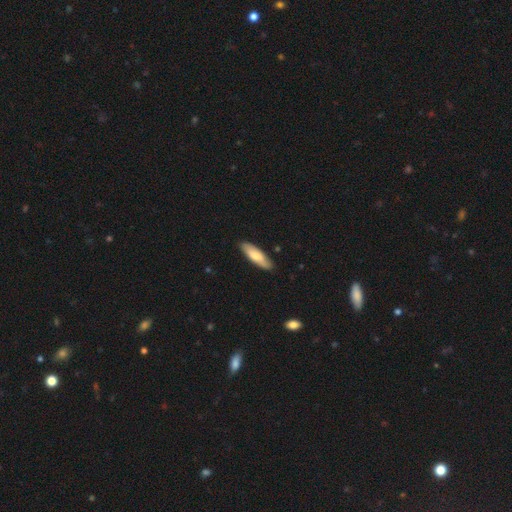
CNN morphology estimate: A smooth galaxy with no disk features (72%) that is cigar-shaped (51%). Merging: none (87%).